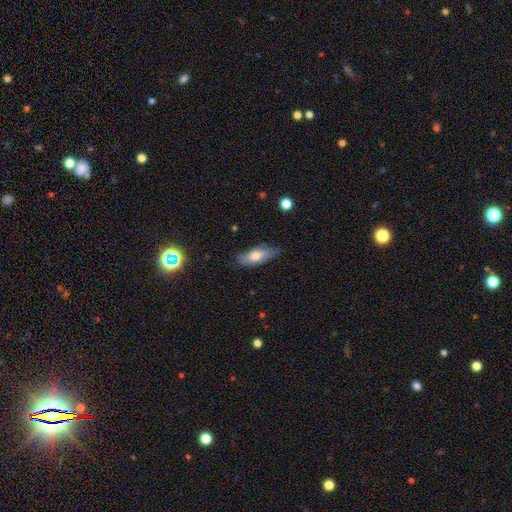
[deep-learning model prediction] Smooth or featured? Predicted: smooth (p=0.67). How rounded? Predicted: in between (p=0.70). Merging? Predicted: none (p=0.75).